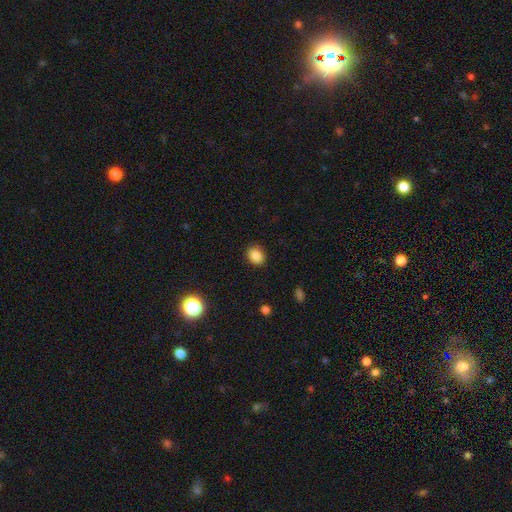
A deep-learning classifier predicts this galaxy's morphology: smooth 86%, star or artifact 10%, featured or disk 4%. Down the decision tree: how rounded — round (53%); merging — none (88%).